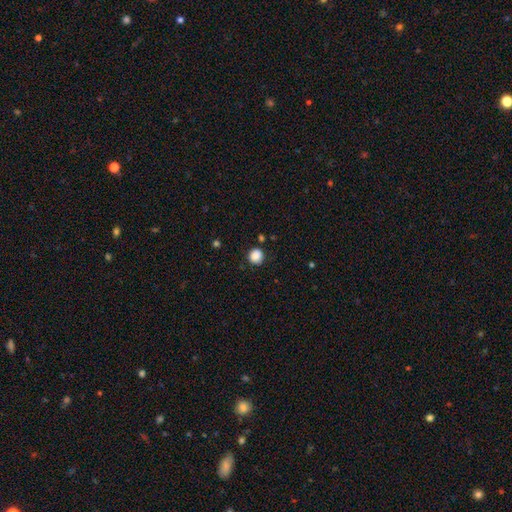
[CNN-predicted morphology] The model was most divided on "smooth or featured": smooth: 87%, star or artifact: 10%, featured or disk: 3%. More confident: how rounded — round (91%); merging — none (87%).